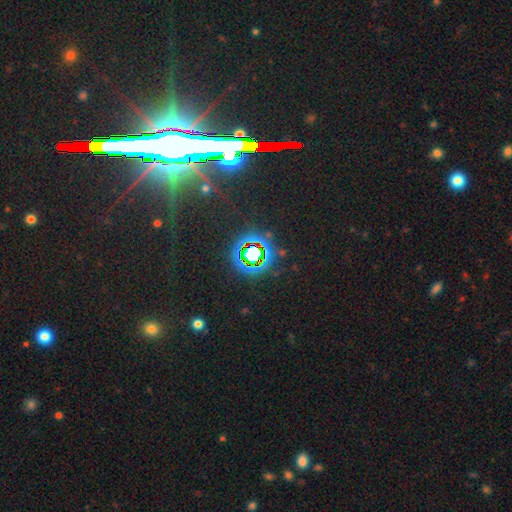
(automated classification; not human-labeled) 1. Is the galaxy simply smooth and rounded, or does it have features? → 81% star or artifact, 10% featured or disk, 9% smooth.